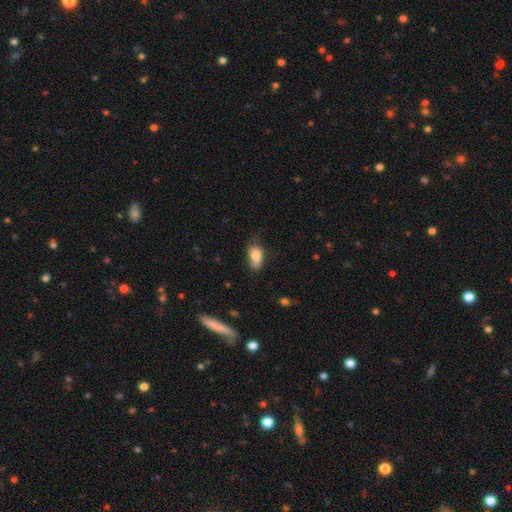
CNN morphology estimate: Smooth or featured? Predicted: smooth (p=0.84). How rounded? Predicted: in between (p=0.90). Merging? Predicted: none (p=0.59).